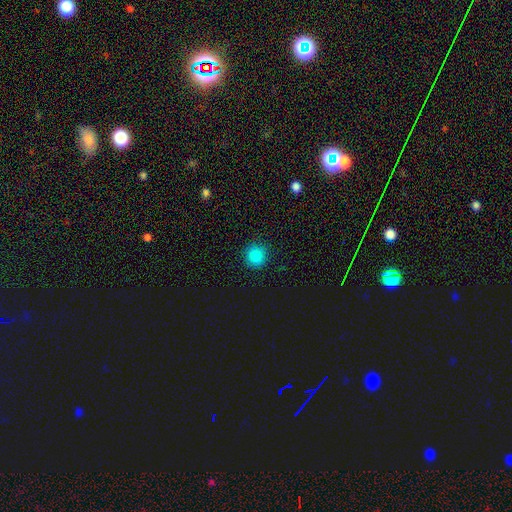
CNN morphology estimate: This is clearly a smooth galaxy (85%). How rounded: clearly round (93%). Merging: clearly none (88%).